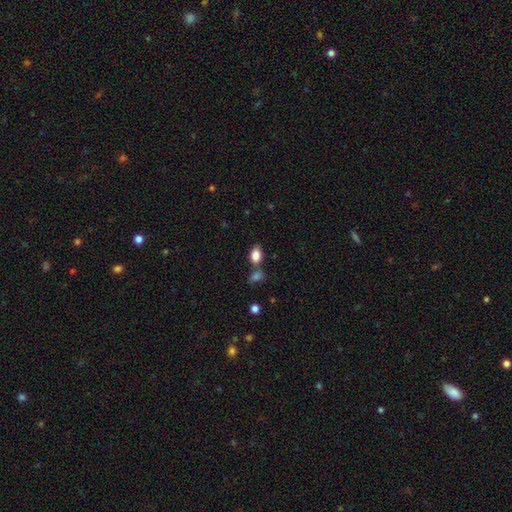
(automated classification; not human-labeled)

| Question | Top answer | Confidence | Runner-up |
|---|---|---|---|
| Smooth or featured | smooth | 84% | star or artifact (9%) |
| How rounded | in between | 84% | round (14%) |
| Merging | none | 63% | merger (20%) |